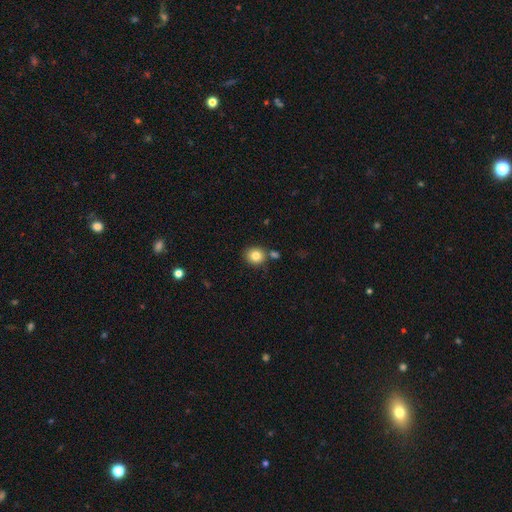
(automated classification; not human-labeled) smooth 83%, star or artifact 10%, featured or disk 7%. Down the decision tree: how rounded — round (84%); merging — none (76%).